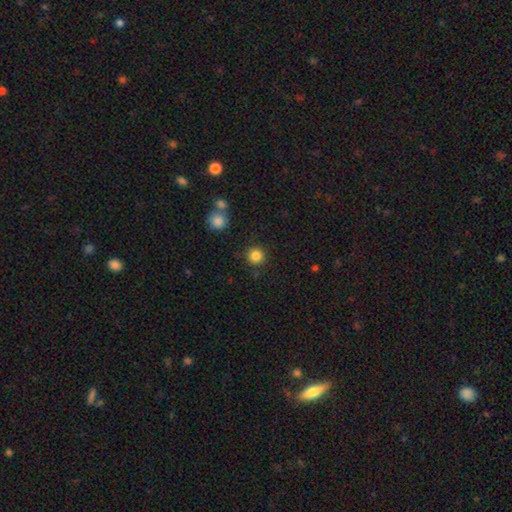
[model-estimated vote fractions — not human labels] smooth_or_featured: smooth (p=0.84) [alt: star or artifact p=0.11]
how_rounded: round (p=0.95) [alt: in between p=0.04]
merging: none (p=0.88) [alt: minor disturbance p=0.06]